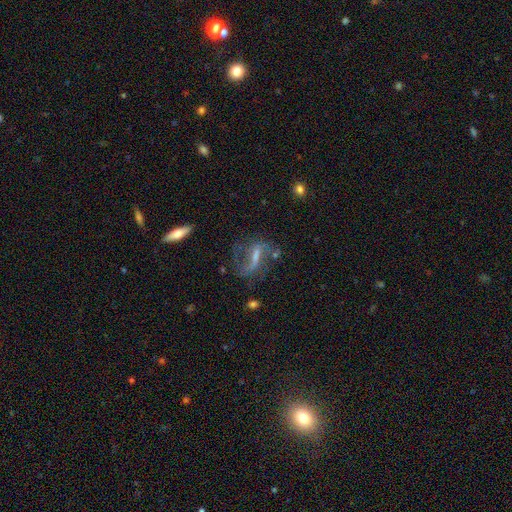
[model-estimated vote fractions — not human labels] Smooth or featured?
  - featured or disk: 73% *
  - smooth: 15%
  - star or artifact: 12%
Edge-on disk?
  - no: 84% *
  - yes: 16%
Bar?
  - strong: 49% *
  - weak: 34%
  - no: 16%
Spiral arms?
  - yes: 84% *
  - no: 16%
Spiral winding?
  - loose: 56% *
  - medium: 32%
  - tight: 12%
Spiral arm count?
  - 2: 76% *
  - 1: 10%
  - can't tell: 9%
  - 3: 2%
  - 4: 1%
  - more than 4: 1%
Bulge size?
  - small: 44% *
  - moderate: 26%
  - none: 24%
  - large: 4%
  - dominant: 2%
Merging?
  - none: 55% *
  - major disturbance: 21%
  - minor disturbance: 20%
  - merger: 5%